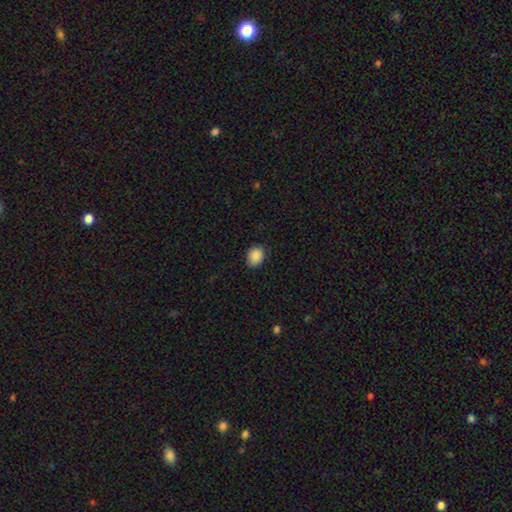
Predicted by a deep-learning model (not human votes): Smooth or featured? Predicted: smooth (p=0.89). How rounded? Predicted: round (p=0.52). Merging? Predicted: none (p=0.82).